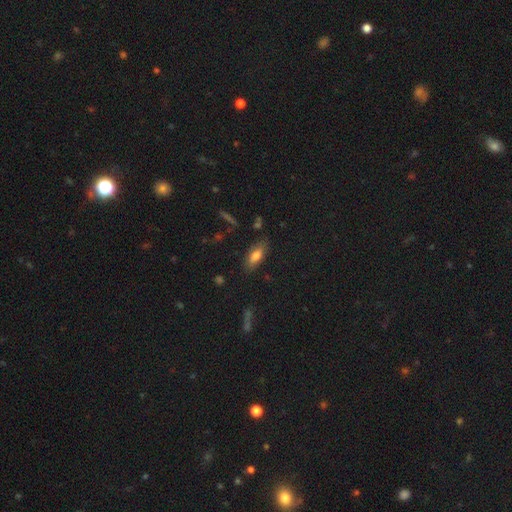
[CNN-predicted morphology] A smooth galaxy with no disk features (76%) that is in between round and cigar-shaped (79%).

Vote fractions:
- Smooth or featured? smooth: 76% / featured or disk: 15% / star or artifact: 9%
- How rounded? in between: 79% / cigar-shaped: 18% / round: 3%
- Merging? none: 80% / minor disturbance: 14% / major disturbance: 3% / merger: 2%